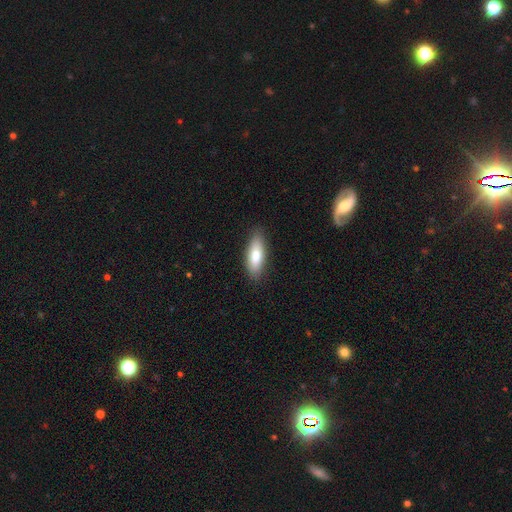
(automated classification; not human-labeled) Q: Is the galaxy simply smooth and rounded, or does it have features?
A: smooth — 77%.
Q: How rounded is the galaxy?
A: in between — 67%.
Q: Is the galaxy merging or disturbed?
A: none — 85%.